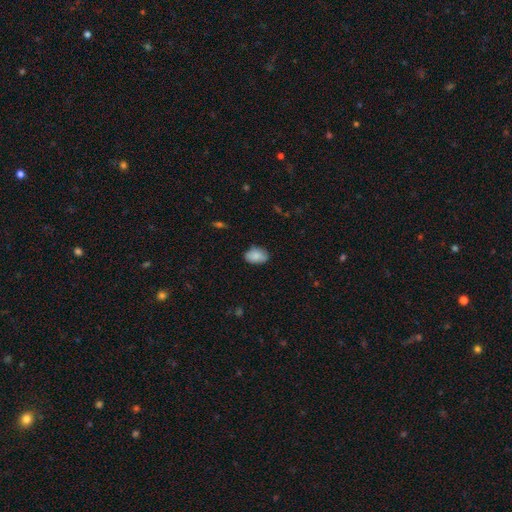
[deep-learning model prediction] This appears to be a smooth galaxy with no disk features (86%) that is in between round and cigar-shaped (84%). Merging: none (79%).